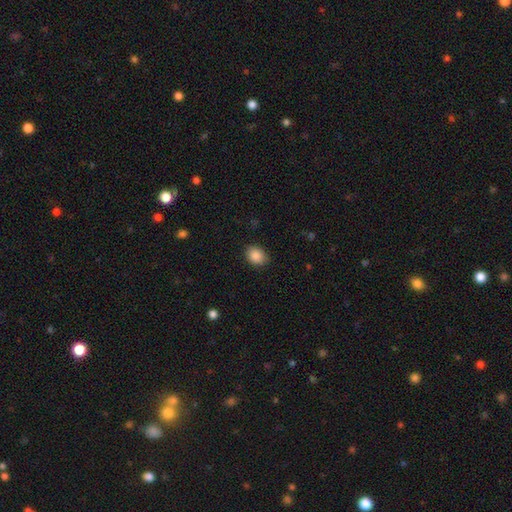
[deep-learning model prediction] Smooth or featured: smooth — 89% (star or artifact — 8%)
How rounded: in between — 59% (round — 40%)
Merging: none — 83% (minor disturbance — 13%)